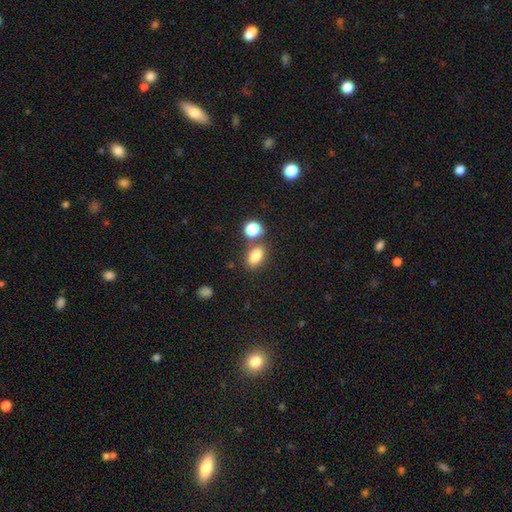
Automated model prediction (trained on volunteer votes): Q: Smooth or featured?
A: smooth (80%); runner-up: star or artifact (12%)
Q: How rounded?
A: in between (80%); runner-up: round (18%)
Q: Merging?
A: none (70%); runner-up: merger (15%)